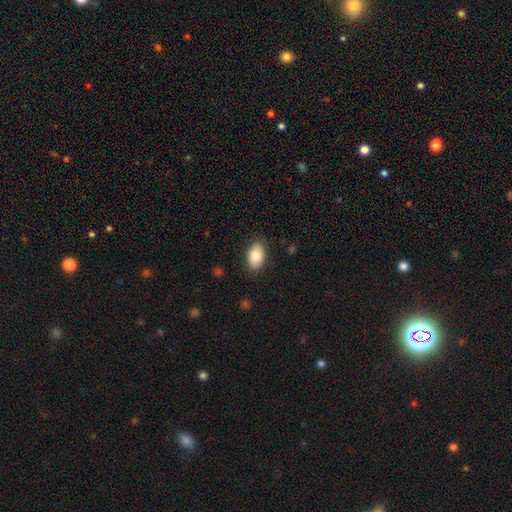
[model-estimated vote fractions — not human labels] Smooth or featured?
  - smooth: 82% *
  - featured or disk: 11%
  - star or artifact: 7%
How rounded?
  - in between: 90% *
  - round: 9%
  - cigar-shaped: 1%
Merging?
  - none: 86% *
  - minor disturbance: 11%
  - major disturbance: 3%
  - merger: 1%